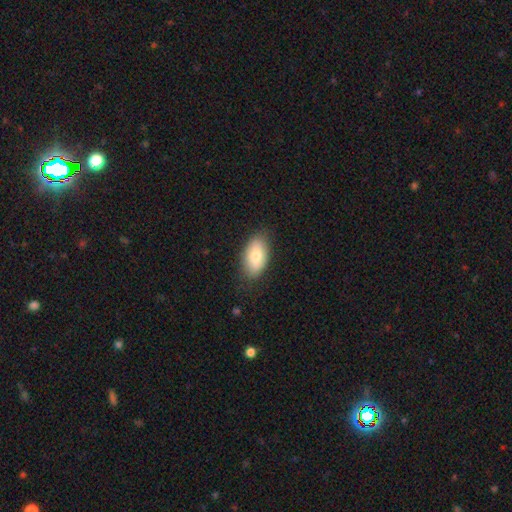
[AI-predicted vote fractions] Overall: smooth (76%). How rounded: in between (93%). Merging: none (81%).